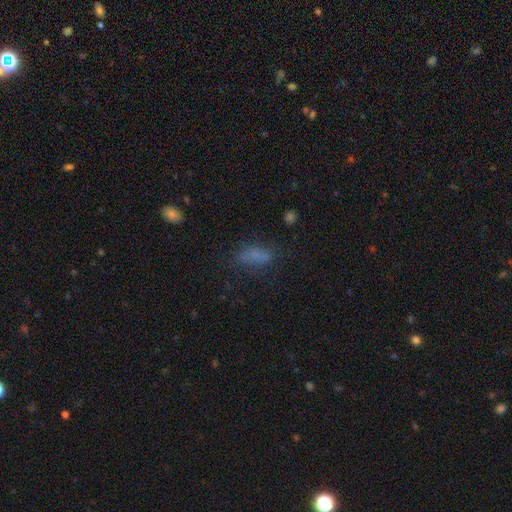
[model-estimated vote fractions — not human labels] Smooth or featured? smooth (72%)
How rounded? in between (71%)
Merging? none (65%)